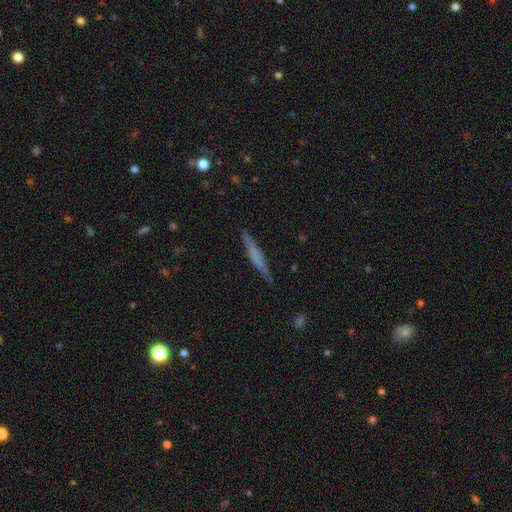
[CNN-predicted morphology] The model was most divided on "smooth or featured": smooth: 49%, featured or disk: 45%, star or artifact: 7%. More confident: merging — none (86%).